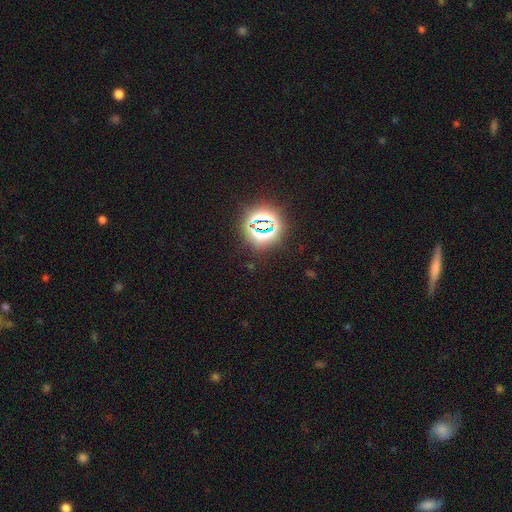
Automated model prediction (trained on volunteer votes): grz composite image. It shows a star or artifact, not a galaxy (81%).